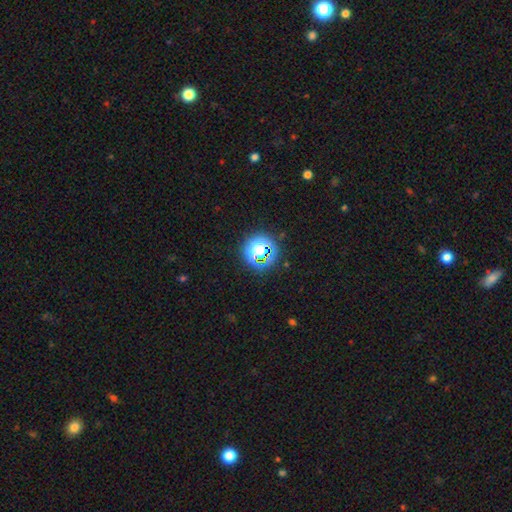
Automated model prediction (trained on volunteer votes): This appears to be a star or artifact, not a galaxy (52%).